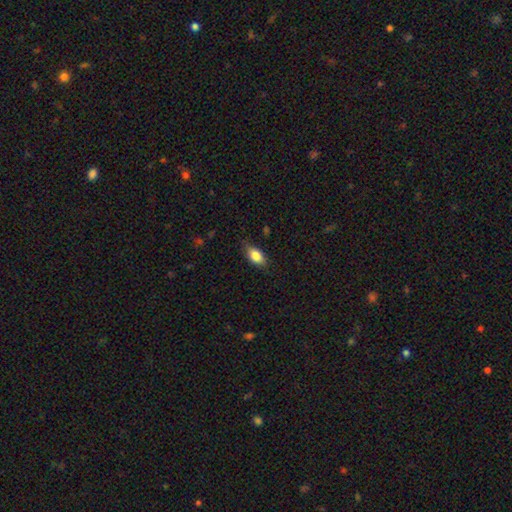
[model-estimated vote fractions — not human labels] smooth-or-featured: smooth: 83% | featured or disk: 10% | star or artifact: 8%
  how-rounded: in between: 87% | round: 7% | cigar-shaped: 6%
  merging: none: 77% | minor disturbance: 19% | major disturbance: 3% | merger: 1%